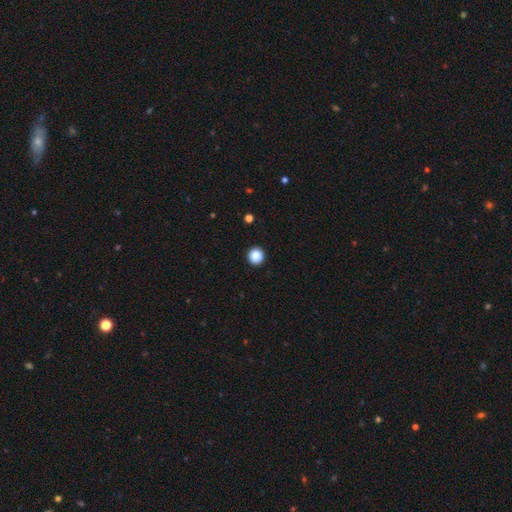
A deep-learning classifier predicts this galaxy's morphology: Smooth or featured: smooth — 88% (star or artifact — 10%)
How rounded: round — 94% (in between — 5%)
Merging: none — 93% (minor disturbance — 4%)